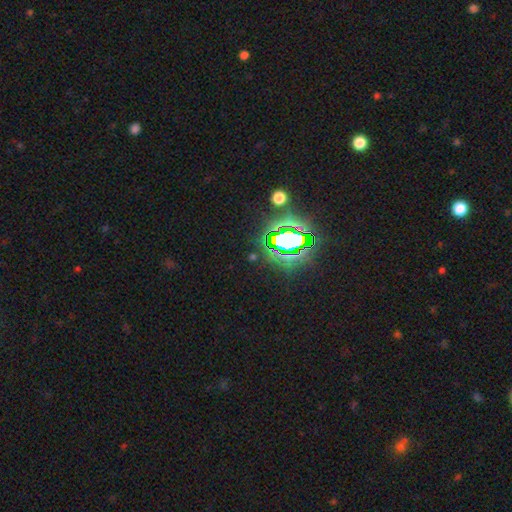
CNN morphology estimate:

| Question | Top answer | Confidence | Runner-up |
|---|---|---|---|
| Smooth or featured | star or artifact | 77% | smooth (13%) |